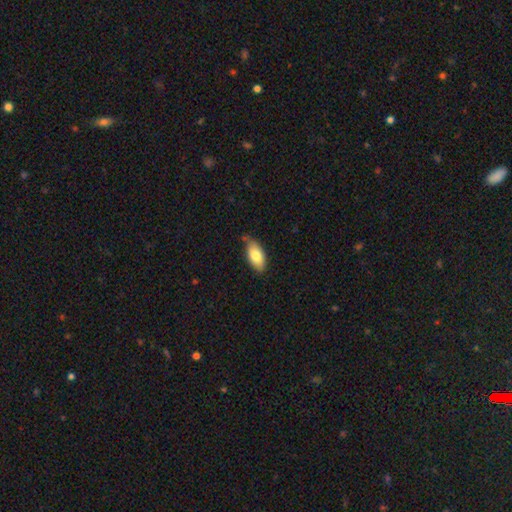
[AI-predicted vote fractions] Smooth or featured?
  - smooth: 80% *
  - featured or disk: 13%
  - star or artifact: 7%
How rounded?
  - in between: 93% *
  - cigar-shaped: 4%
  - round: 3%
Merging?
  - none: 68% *
  - minor disturbance: 25%
  - major disturbance: 4%
  - merger: 3%